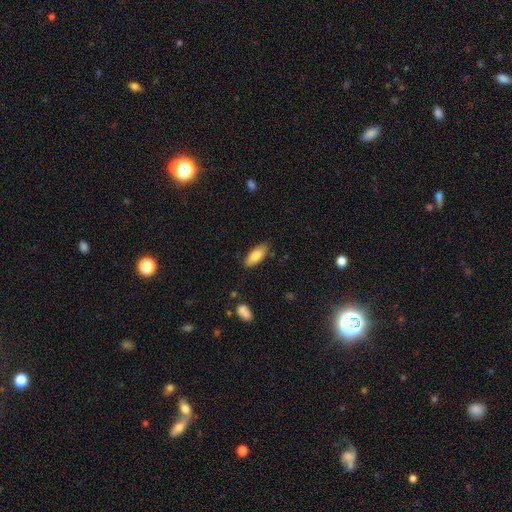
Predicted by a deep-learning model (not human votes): smooth 79%, featured or disk 15%, star or artifact 6%. Down the decision tree: how rounded — in between (75%); merging — none (82%).